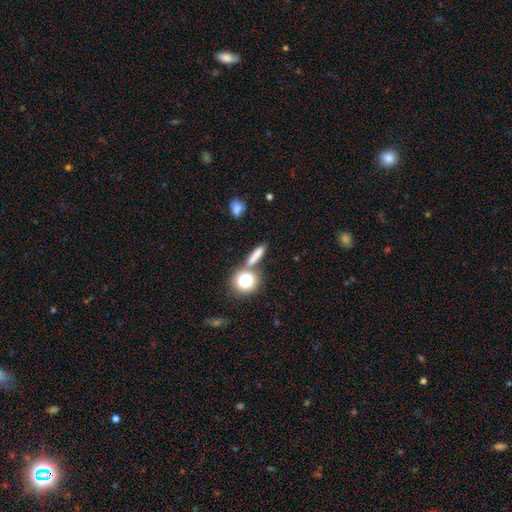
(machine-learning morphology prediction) smooth 76%, star or artifact 13%, featured or disk 11%. Down the decision tree: how rounded — cigar-shaped (48%); merging — none (68%).